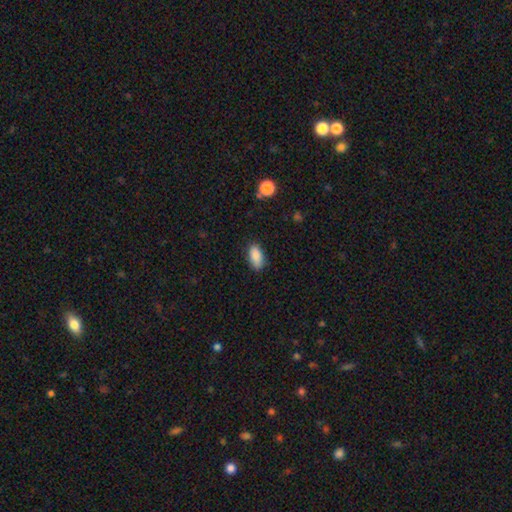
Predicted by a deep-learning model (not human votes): Morphology: type=smooth (87%); roundness=in between (90%); merging=none (81%).